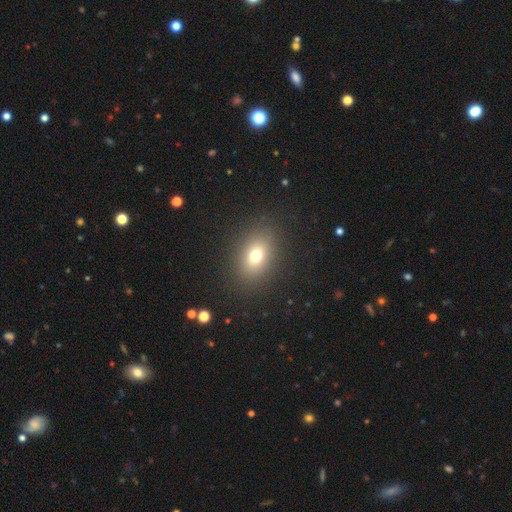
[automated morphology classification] Q: Smooth or featured?
A: smooth (73%); runner-up: star or artifact (15%)
Q: How rounded?
A: in between (70%); runner-up: round (29%)
Q: Merging?
A: none (87%); runner-up: minor disturbance (8%)